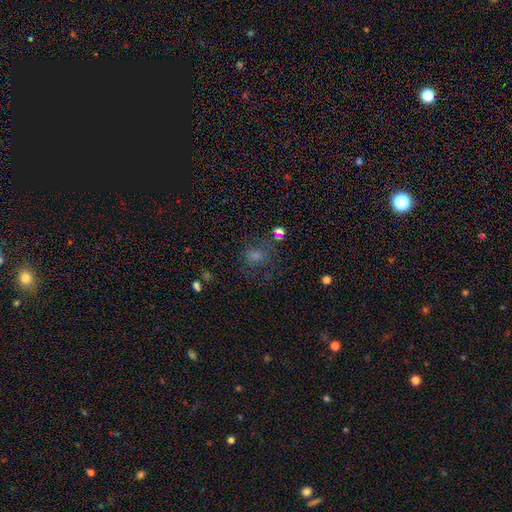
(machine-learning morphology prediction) This is possibly a smooth galaxy (48%). Merging: likely none (61%).